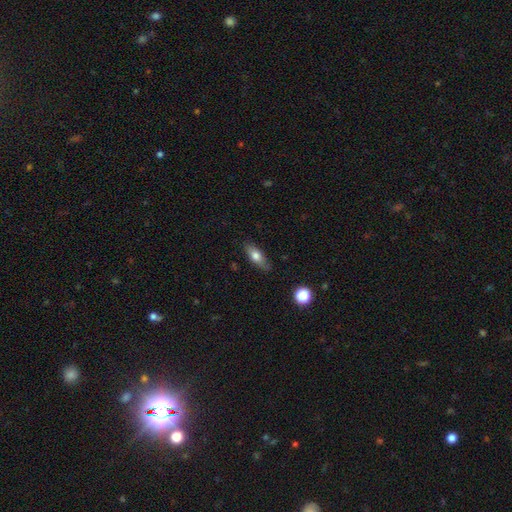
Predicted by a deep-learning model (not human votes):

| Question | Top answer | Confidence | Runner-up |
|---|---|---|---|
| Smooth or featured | smooth | 68% | featured or disk (24%) |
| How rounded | in between | 69% | cigar-shaped (26%) |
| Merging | none | 82% | minor disturbance (14%) |